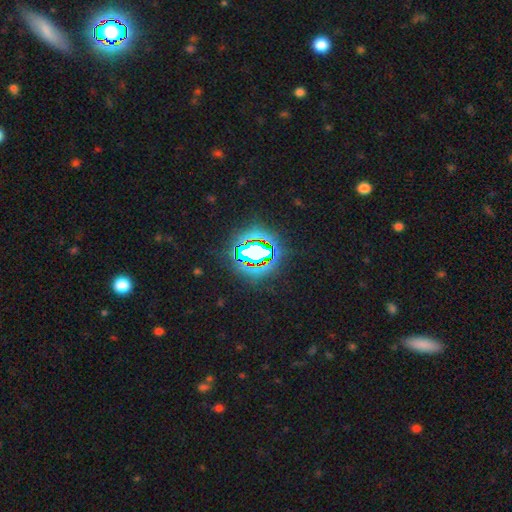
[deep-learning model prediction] Overall: star or artifact (69%).